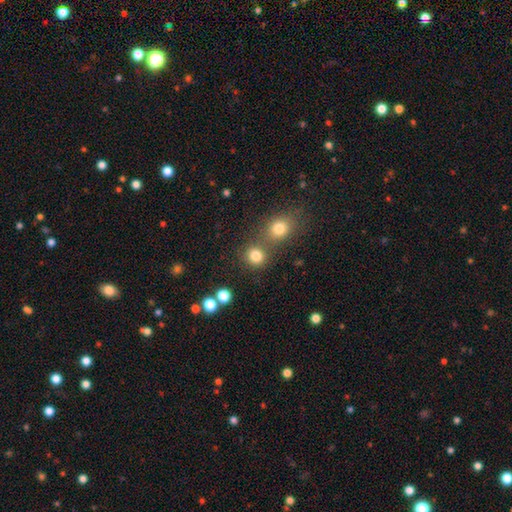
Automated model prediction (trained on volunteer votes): Q: Smooth or featured?
A: smooth (81%); runner-up: star or artifact (13%)
Q: How rounded?
A: round (86%); runner-up: in between (13%)
Q: Merging?
A: none (68%); runner-up: merger (21%)